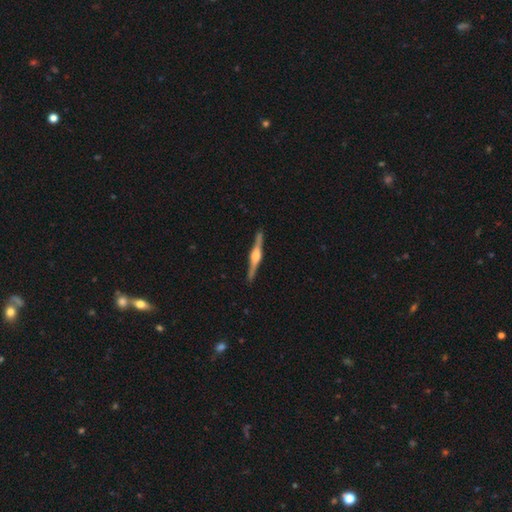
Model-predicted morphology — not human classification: Smooth or featured?
  - featured or disk: 83% *
  - smooth: 13%
  - star or artifact: 5%
Edge-on disk?
  - yes: 98% *
  - no: 2%
Edge-on bulge?
  - rounded: 84% *
  - boxy: 13%
  - none: 3%
Merging?
  - none: 91% *
  - minor disturbance: 7%
  - major disturbance: 1%
  - merger: 1%